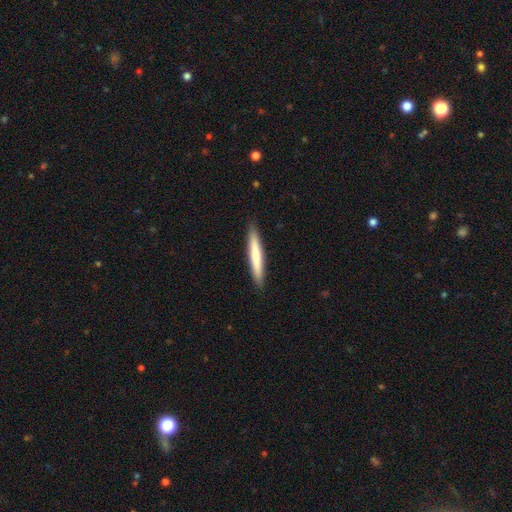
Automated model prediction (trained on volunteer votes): The model was most divided on "smooth or featured": smooth: 71%, featured or disk: 24%, star or artifact: 5%. More confident: how rounded — cigar-shaped (95%); merging — none (91%).